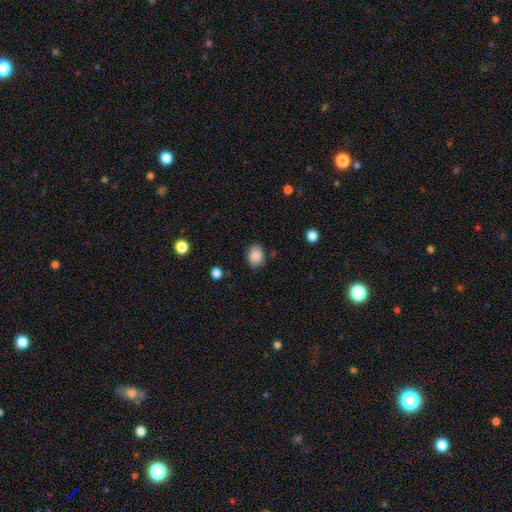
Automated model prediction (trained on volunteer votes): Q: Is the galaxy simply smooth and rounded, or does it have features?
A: smooth — 87%.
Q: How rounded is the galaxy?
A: in between — 60%.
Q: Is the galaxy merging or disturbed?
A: none — 81%.